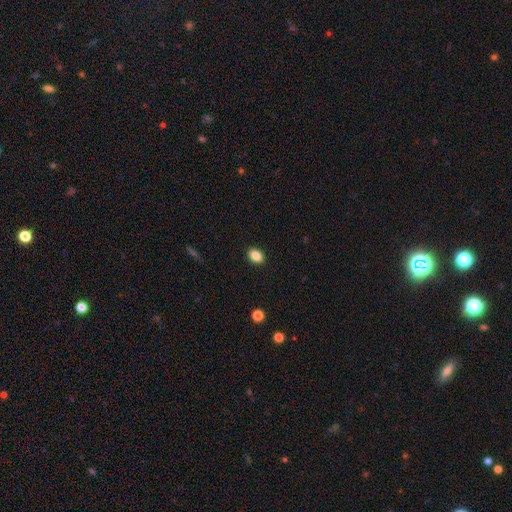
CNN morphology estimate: smooth_or_featured: smooth (p=0.87) [alt: star or artifact p=0.09]
how_rounded: in between (p=0.75) [alt: round p=0.24]
merging: none (p=0.90) [alt: minor disturbance p=0.07]